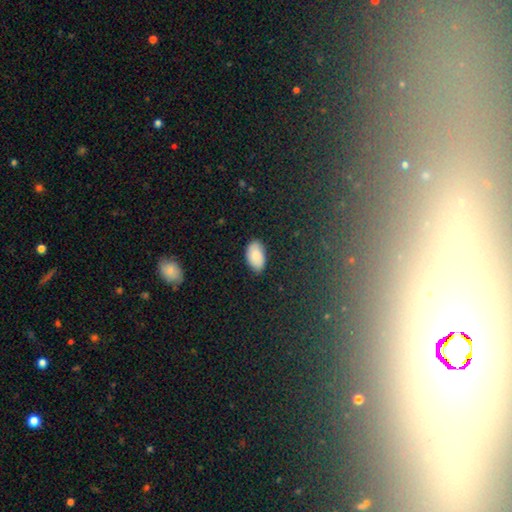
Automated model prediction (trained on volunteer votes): Overall: smooth (82%). How rounded: in between (94%). Merging: none (83%).